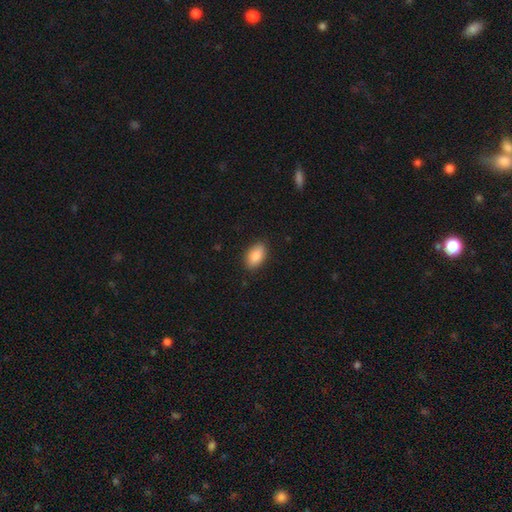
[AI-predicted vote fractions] smooth-or-featured: smooth: 87% | star or artifact: 7% | featured or disk: 6%
  how-rounded: in between: 92% | round: 5% | cigar-shaped: 3%
  merging: none: 87% | minor disturbance: 10% | major disturbance: 2% | merger: 1%